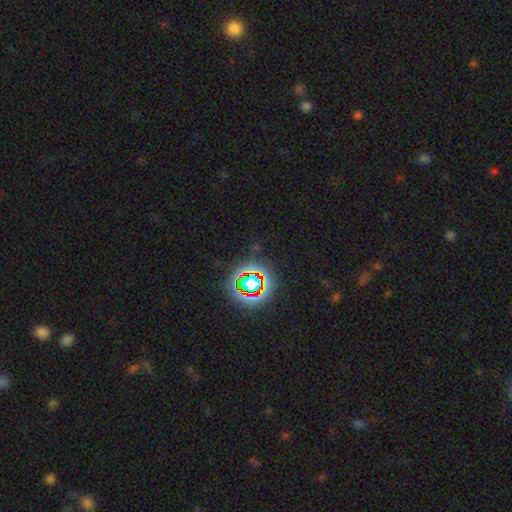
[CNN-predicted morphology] Smooth or featured?
  - star or artifact: 74% *
  - smooth: 15%
  - featured or disk: 11%